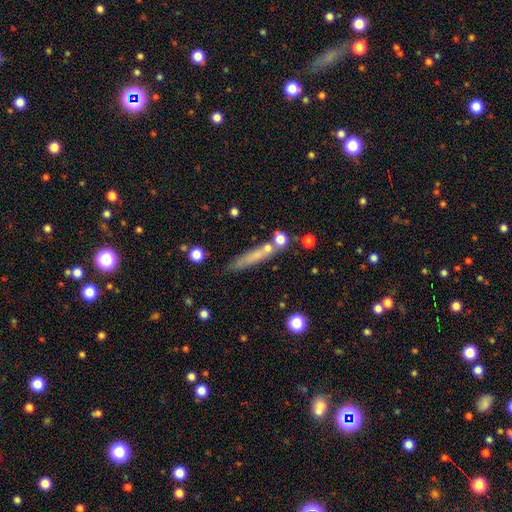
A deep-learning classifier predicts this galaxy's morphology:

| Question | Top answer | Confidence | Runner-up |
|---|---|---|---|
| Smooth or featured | smooth | 63% | featured or disk (27%) |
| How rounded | cigar-shaped | 86% | in between (10%) |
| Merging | none | 68% | minor disturbance (16%) |